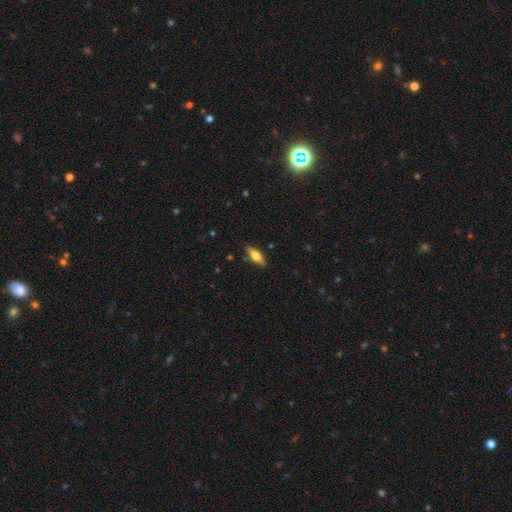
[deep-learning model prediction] A smooth galaxy with no disk features (61%) that is in between round and cigar-shaped (62%). Merging: none (85%).